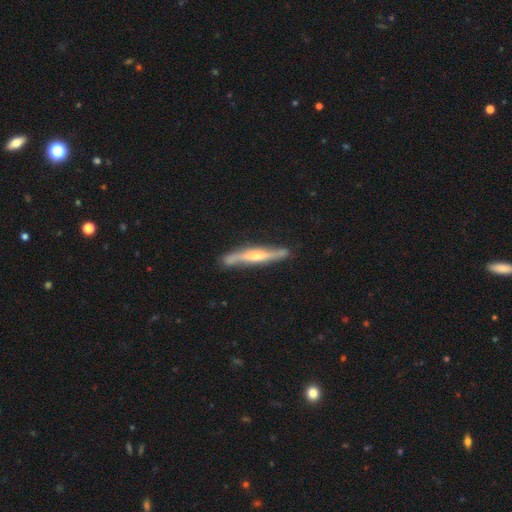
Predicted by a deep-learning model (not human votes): Smooth or featured? featured or disk (69%)
Edge-on disk? yes (87%)
Edge-on bulge? rounded (67%)
Merging? none (80%)